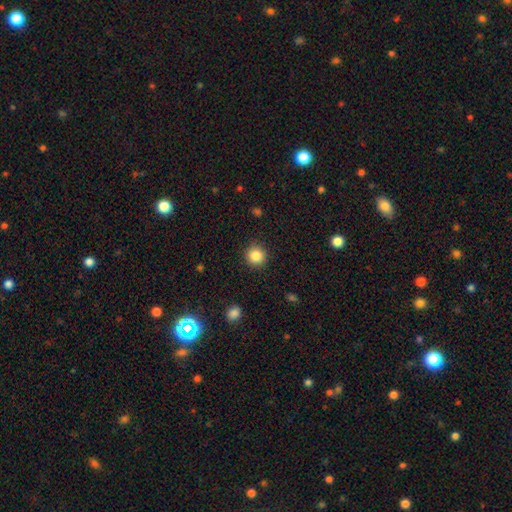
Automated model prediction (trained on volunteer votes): smooth_or_featured: smooth (p=0.85) [alt: star or artifact p=0.10]
how_rounded: round (p=0.93) [alt: in between p=0.06]
merging: none (p=0.91) [alt: minor disturbance p=0.06]